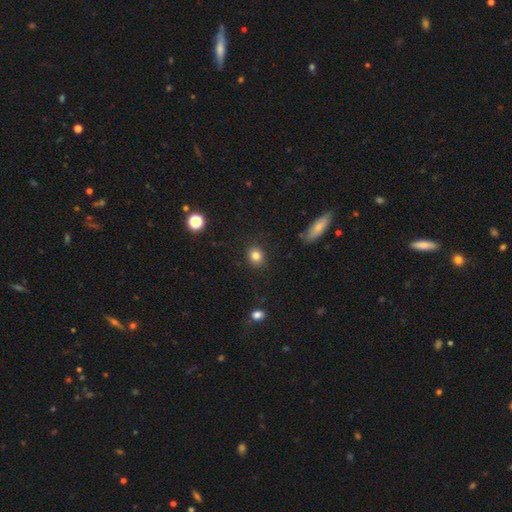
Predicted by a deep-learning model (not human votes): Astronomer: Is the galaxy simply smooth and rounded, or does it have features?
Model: smooth — 82%.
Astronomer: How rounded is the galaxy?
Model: round — 66%.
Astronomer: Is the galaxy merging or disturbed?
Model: none — 88%.